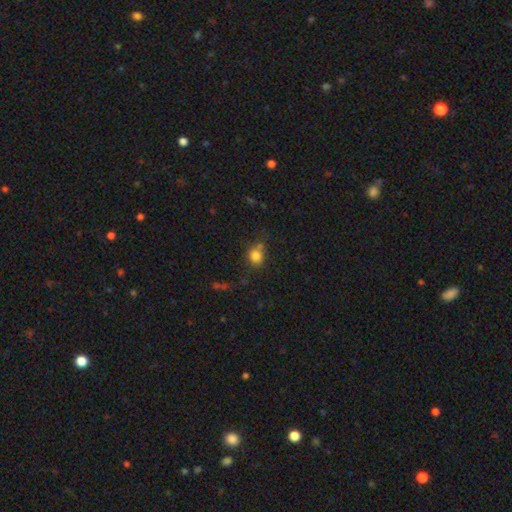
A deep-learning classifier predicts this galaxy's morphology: Overall: smooth (80%). How rounded: round (72%). Merging: none (60%).